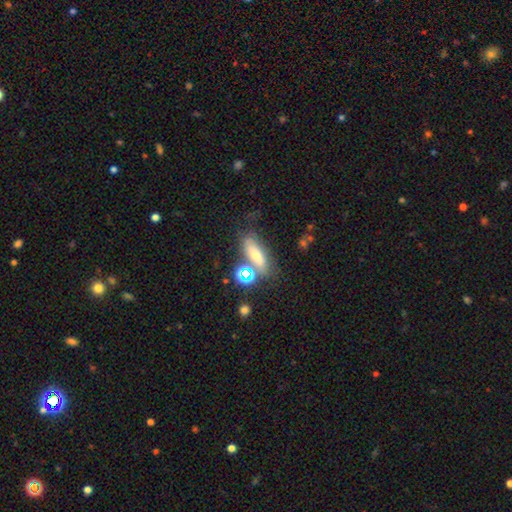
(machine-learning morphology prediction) type=smooth (57%); roundness=in between (62%); merging=none (52%).